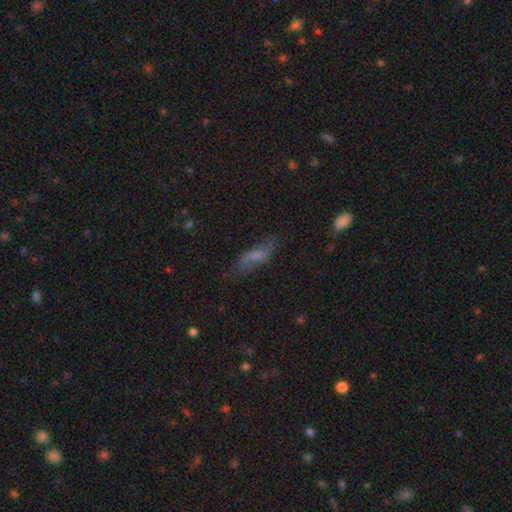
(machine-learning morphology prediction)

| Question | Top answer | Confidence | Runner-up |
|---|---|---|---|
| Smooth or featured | smooth | 57% | featured or disk (32%) |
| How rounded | in between | 51% | cigar-shaped (46%) |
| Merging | none | 65% | minor disturbance (22%) |